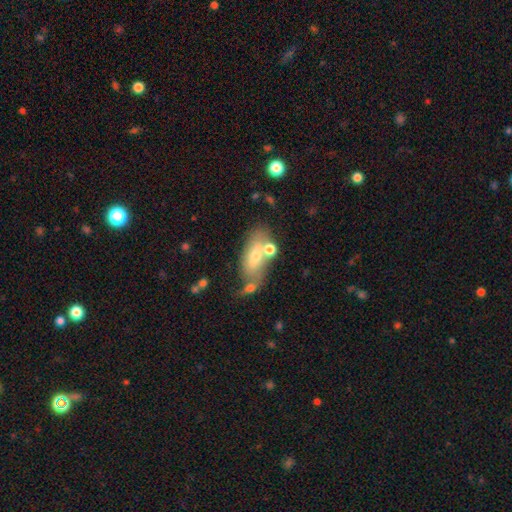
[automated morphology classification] smooth 58%, featured or disk 33%, star or artifact 9%. Down the decision tree: how rounded — in between (83%); merging — none (49%).